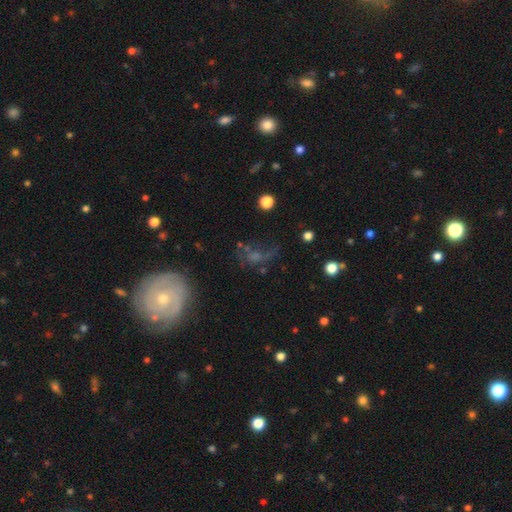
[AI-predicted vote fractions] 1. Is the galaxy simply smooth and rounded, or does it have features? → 48% featured or disk, 28% smooth, 24% star or artifact.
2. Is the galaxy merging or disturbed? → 46% none, 27% major disturbance, 19% minor disturbance, 8% merger.